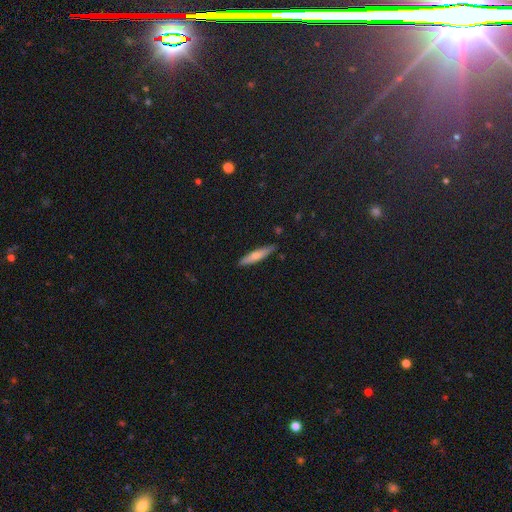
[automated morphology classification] type=smooth (60%); roundness=cigar-shaped (86%); merging=none (87%).